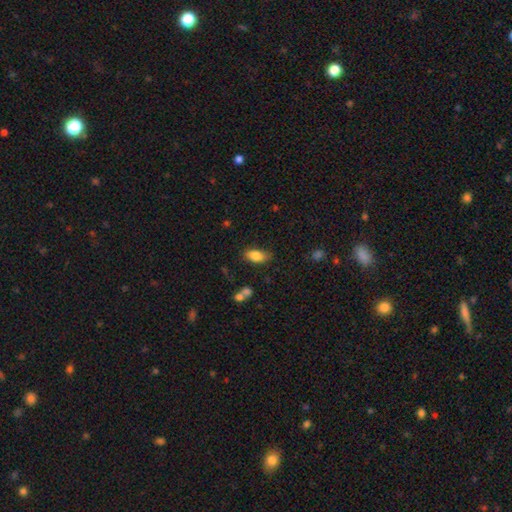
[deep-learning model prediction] Q: Smooth or featured?
A: smooth (83%); runner-up: featured or disk (9%)
Q: How rounded?
A: in between (89%); runner-up: round (6%)
Q: Merging?
A: none (76%); runner-up: minor disturbance (17%)